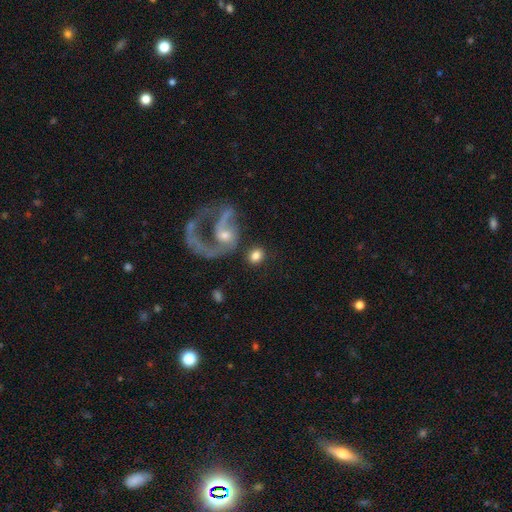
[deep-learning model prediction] smooth 75%, featured or disk 19%, star or artifact 7%. Down the decision tree: how rounded — round (64%); merging — none (65%).